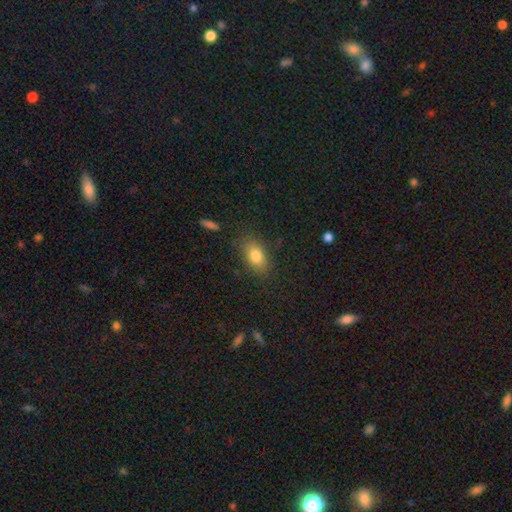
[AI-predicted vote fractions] smooth_or_featured: smooth (p=0.80) [alt: featured or disk p=0.10]
how_rounded: in between (p=0.84) [alt: round p=0.11]
merging: none (p=0.82) [alt: minor disturbance p=0.12]